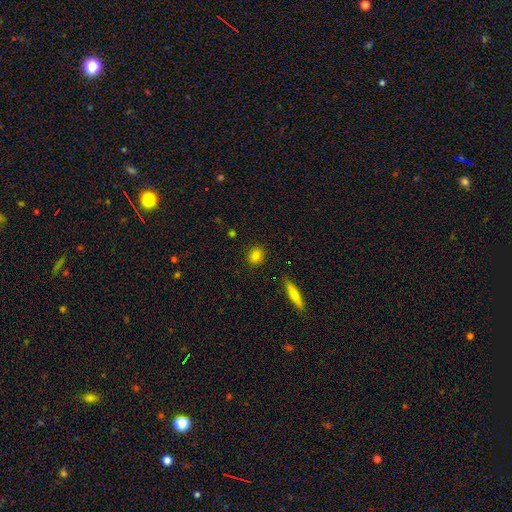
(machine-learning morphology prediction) This appears to be a smooth galaxy with no disk features (82%) that is round (63%). Merging: none (89%).